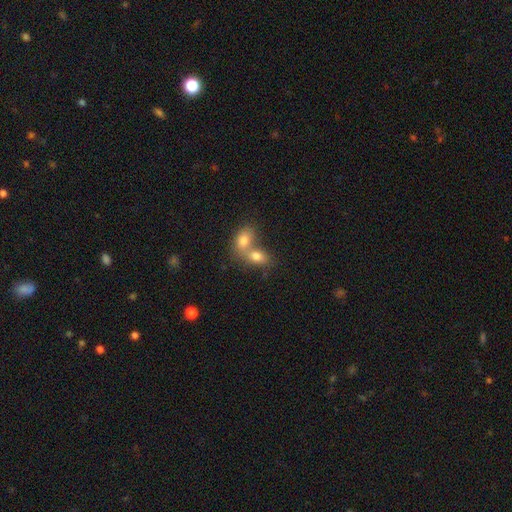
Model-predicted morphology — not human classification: smooth-or-featured: smooth: 77% | featured or disk: 14% | star or artifact: 10%
  how-rounded: in between: 77% | round: 21% | cigar-shaped: 2%
  merging: merger: 70% | none: 21% | minor disturbance: 6% | major disturbance: 3%